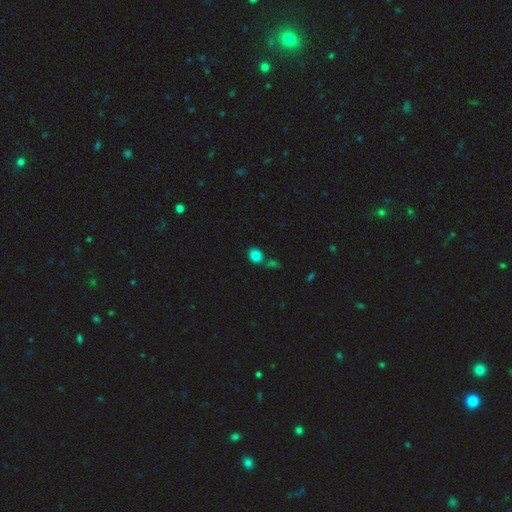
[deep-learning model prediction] Smooth or featured? smooth (83%)
How rounded? round (61%)
Merging? none (65%)